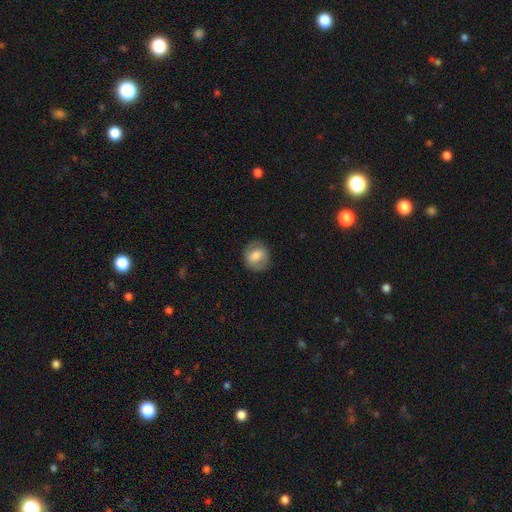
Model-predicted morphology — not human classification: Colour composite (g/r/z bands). It shows a smooth galaxy with no disk features (64%) that is round (77%). Merging: none (81%).